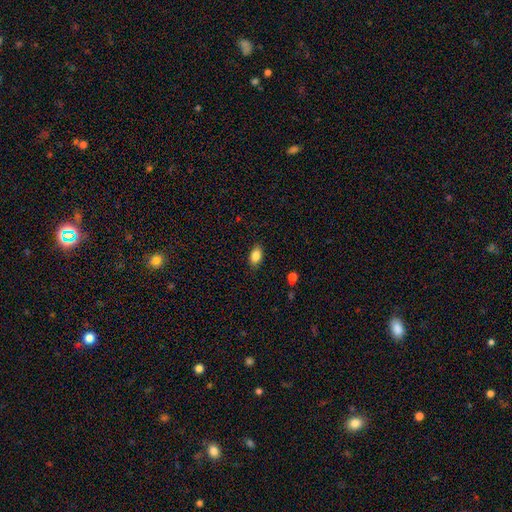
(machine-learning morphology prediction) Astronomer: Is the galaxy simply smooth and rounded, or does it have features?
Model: smooth — 85%.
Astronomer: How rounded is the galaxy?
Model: in between — 90%.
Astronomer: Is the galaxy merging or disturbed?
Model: none — 87%.